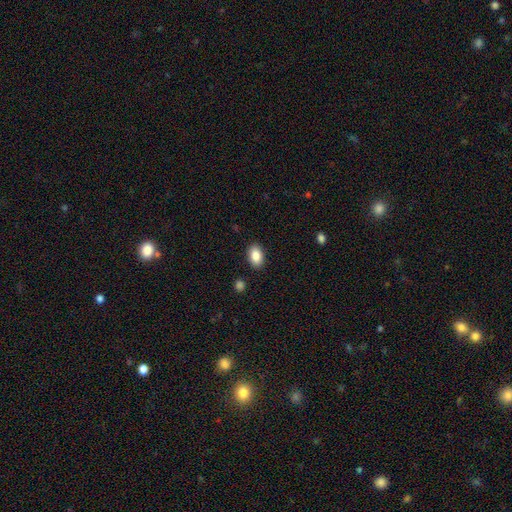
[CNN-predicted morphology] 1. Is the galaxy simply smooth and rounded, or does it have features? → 87% smooth, 7% star or artifact, 6% featured or disk.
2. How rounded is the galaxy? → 90% in between, 8% round, 1% cigar-shaped.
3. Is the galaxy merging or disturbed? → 89% none, 8% minor disturbance, 2% major disturbance, 1% merger.